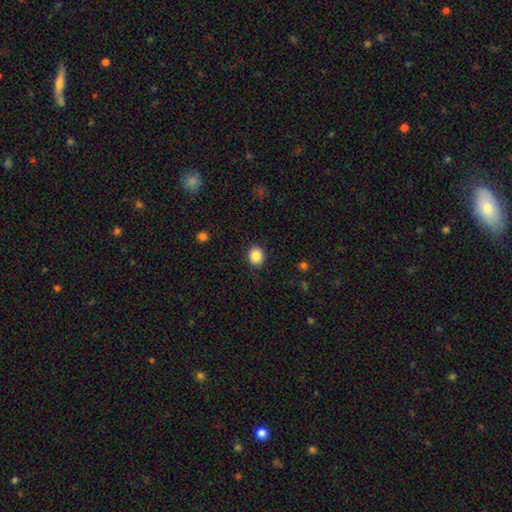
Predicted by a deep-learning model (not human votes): smooth-or-featured: smooth: 86% | star or artifact: 9% | featured or disk: 5%
  how-rounded: round: 73% | in between: 27% | cigar-shaped: 1%
  merging: none: 89% | minor disturbance: 7% | major disturbance: 2% | merger: 1%